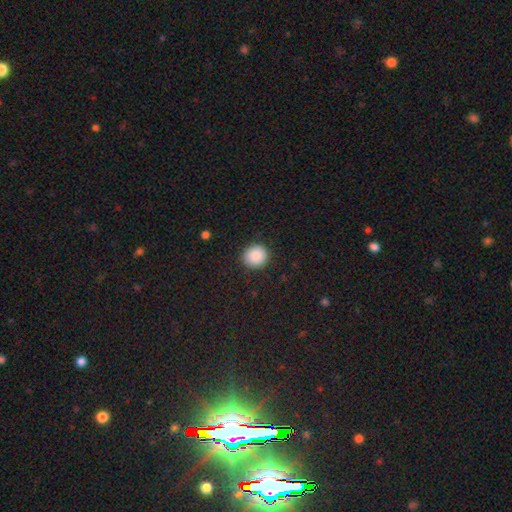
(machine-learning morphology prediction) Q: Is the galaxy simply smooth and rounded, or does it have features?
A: smooth — 88%.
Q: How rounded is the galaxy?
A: round — 85%.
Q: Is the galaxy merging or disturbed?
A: none — 90%.